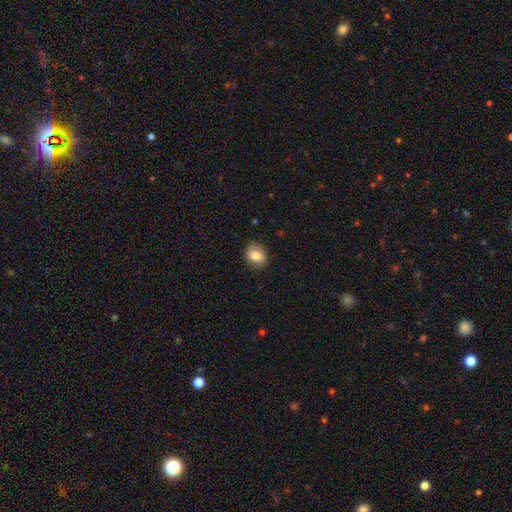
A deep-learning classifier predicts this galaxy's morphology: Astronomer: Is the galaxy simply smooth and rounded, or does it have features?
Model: smooth — 81%.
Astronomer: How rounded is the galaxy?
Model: in between — 51% (runner-up: round, 48%).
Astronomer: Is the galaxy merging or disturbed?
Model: none — 83%.